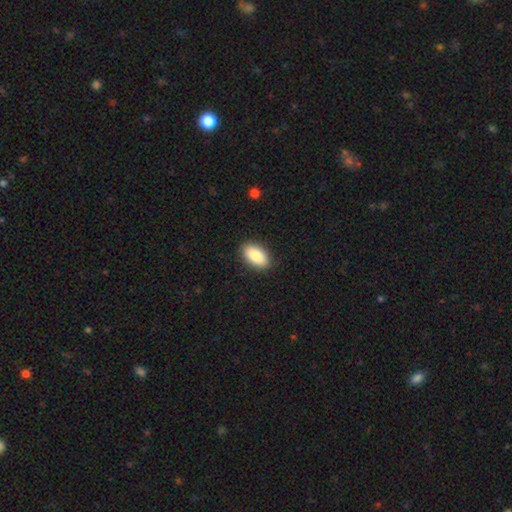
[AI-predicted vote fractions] The model was most divided on "merging": none: 90%, minor disturbance: 8%, major disturbance: 2%, merger: 1%. More confident: how rounded — in between (94%); smooth or featured — smooth (89%).